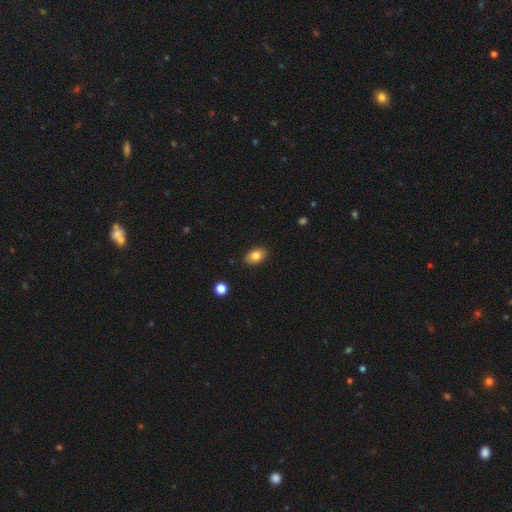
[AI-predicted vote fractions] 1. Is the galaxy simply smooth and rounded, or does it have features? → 81% smooth, 10% featured or disk, 8% star or artifact.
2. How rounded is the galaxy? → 87% in between, 12% round, 1% cigar-shaped.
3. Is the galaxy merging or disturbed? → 87% none, 10% minor disturbance, 2% major disturbance, 1% merger.